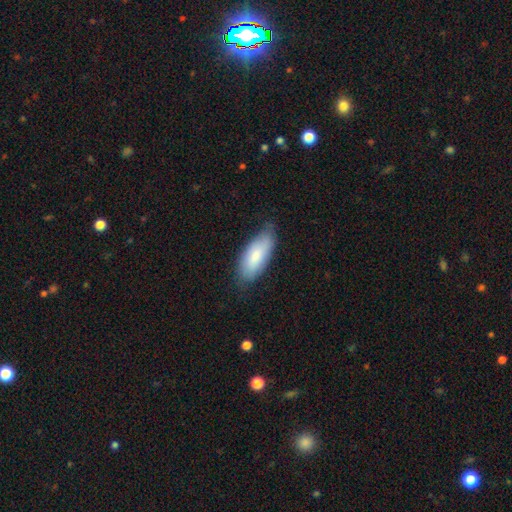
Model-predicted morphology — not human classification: type=smooth (82%); roundness=in between (83%); merging=none (70%).